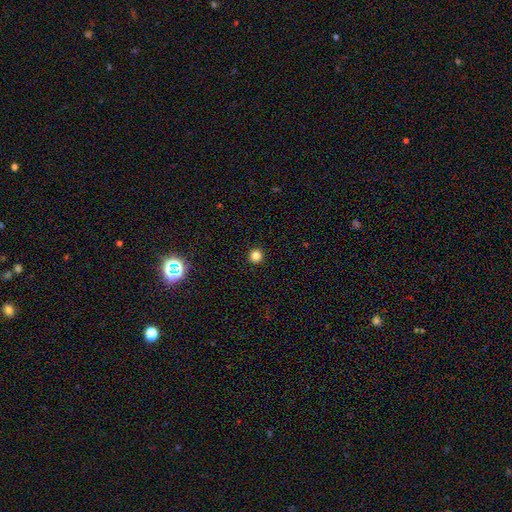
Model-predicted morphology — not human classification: The model was most divided on "smooth or featured": smooth: 83%, star or artifact: 13%, featured or disk: 4%. More confident: how rounded — round (95%); merging — none (93%).